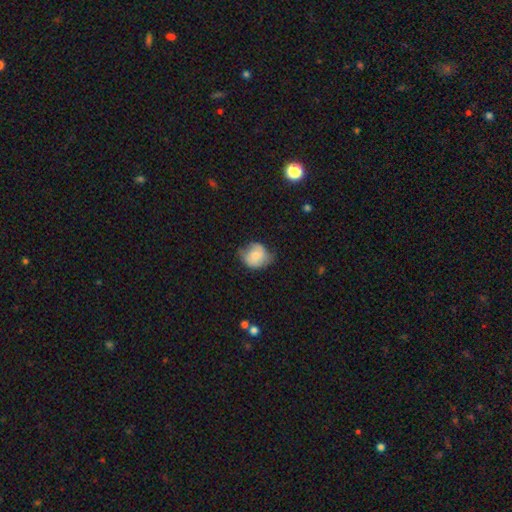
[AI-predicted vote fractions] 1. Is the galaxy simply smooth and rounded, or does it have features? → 69% smooth, 24% featured or disk, 8% star or artifact.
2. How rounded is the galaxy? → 67% round, 32% in between, 1% cigar-shaped.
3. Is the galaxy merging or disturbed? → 47% none, 39% minor disturbance, 13% major disturbance, 2% merger.